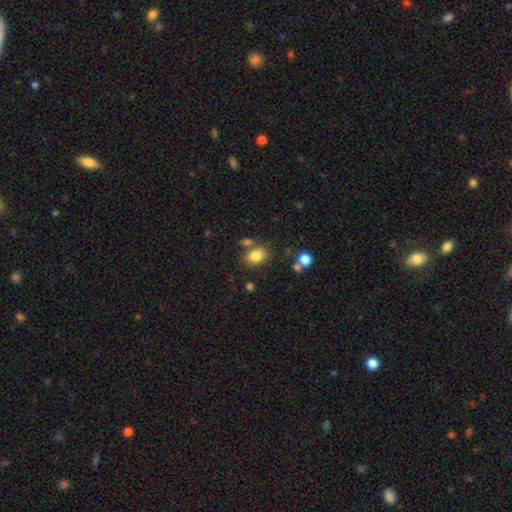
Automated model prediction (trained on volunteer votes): Smooth or featured? smooth (81%)
How rounded? in between (69%)
Merging? none (66%)